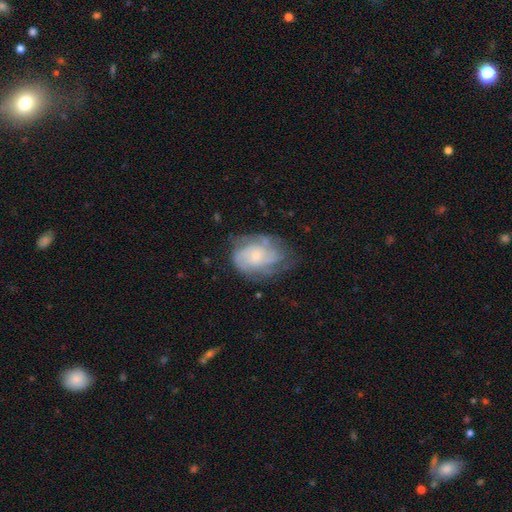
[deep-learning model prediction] This appears to be a featured or disk galaxy (75%) with no bar (70%), tight (55%) spiral arms (90%) and a small central bulge (52%). Merging: none (59%).